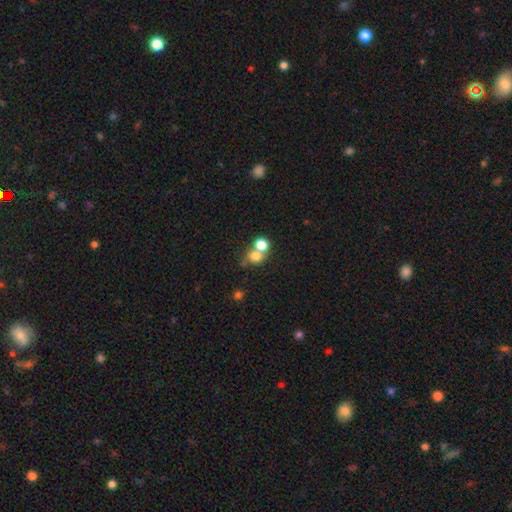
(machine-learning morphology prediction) type=smooth (72%); roundness=round (78%); merging=merger (47%).